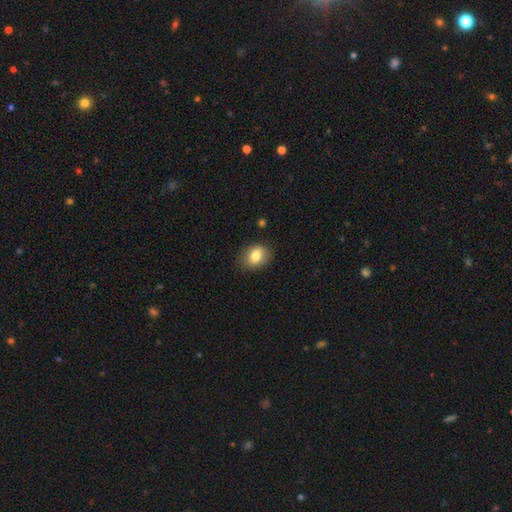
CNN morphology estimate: Q: Smooth or featured?
A: smooth (80%); runner-up: featured or disk (11%)
Q: How rounded?
A: in between (62%); runner-up: round (37%)
Q: Merging?
A: none (81%); runner-up: minor disturbance (14%)